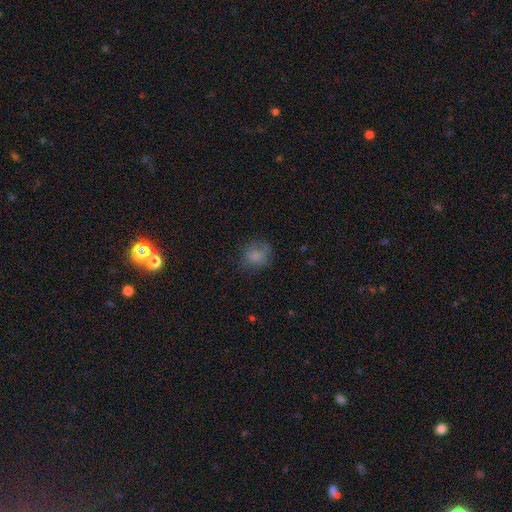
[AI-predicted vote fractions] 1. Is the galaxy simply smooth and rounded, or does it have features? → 75% smooth, 14% featured or disk, 11% star or artifact.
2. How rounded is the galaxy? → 74% round, 25% in between, 1% cigar-shaped.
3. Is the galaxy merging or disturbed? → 64% none, 22% minor disturbance, 12% major disturbance, 2% merger.